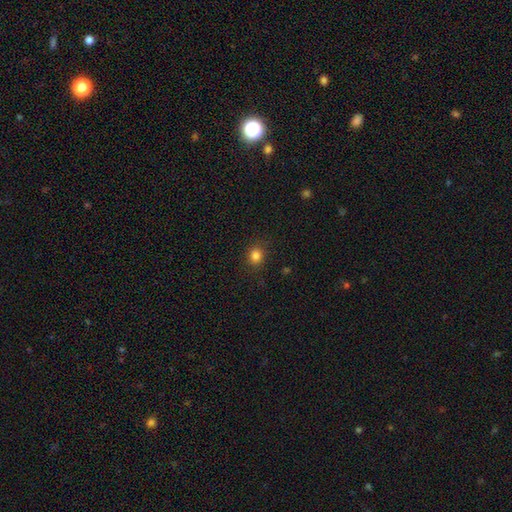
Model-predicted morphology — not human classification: smooth-or-featured: smooth: 83% | star or artifact: 13% | featured or disk: 5%
  how-rounded: round: 79% | in between: 20% | cigar-shaped: 1%
  merging: none: 88% | minor disturbance: 8% | major disturbance: 3% | merger: 1%